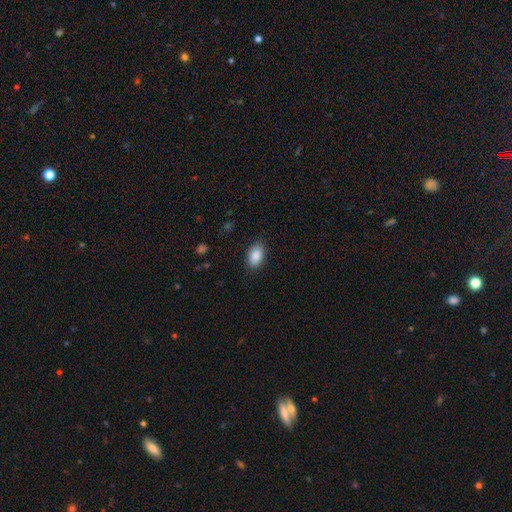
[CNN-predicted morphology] Smooth or featured?
  - smooth: 88% *
  - star or artifact: 7%
  - featured or disk: 5%
How rounded?
  - in between: 91% *
  - round: 7%
  - cigar-shaped: 2%
Merging?
  - none: 84% *
  - minor disturbance: 12%
  - major disturbance: 3%
  - merger: 1%